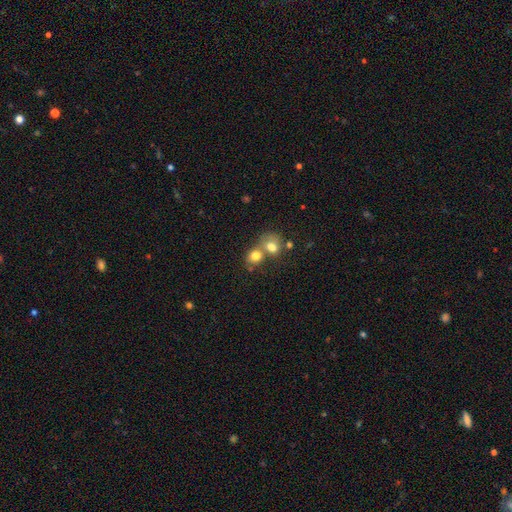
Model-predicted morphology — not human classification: smooth-or-featured: smooth: 77% | featured or disk: 13% | star or artifact: 11%
  how-rounded: round: 62% | in between: 37% | cigar-shaped: 1%
  merging: merger: 59% | none: 30% | minor disturbance: 7% | major disturbance: 4%